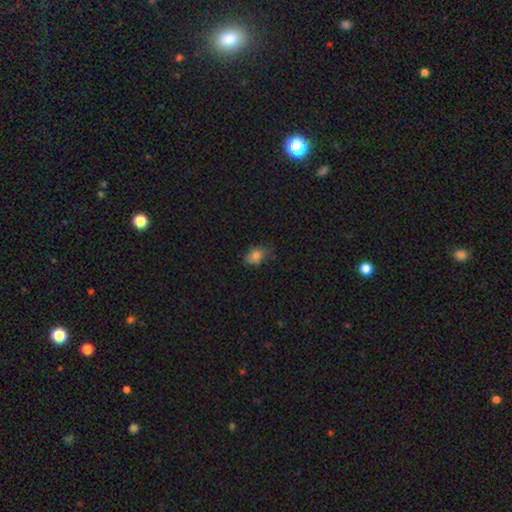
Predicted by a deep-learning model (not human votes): Smooth or featured? smooth (79%)
How rounded? in between (74%)
Merging? none (61%)